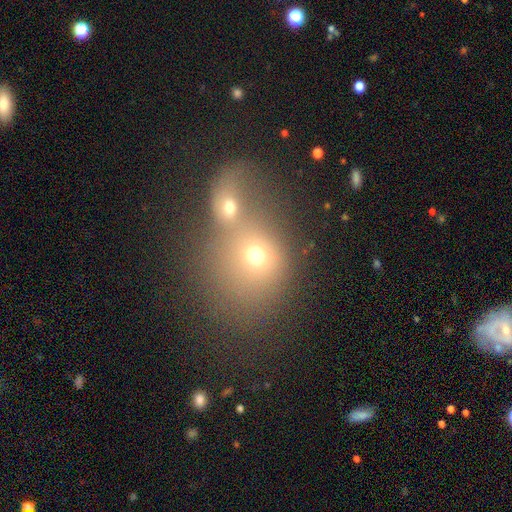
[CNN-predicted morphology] A smooth galaxy with no disk features (65%) that is round (69%).

Vote fractions:
- Smooth or featured? smooth: 65% / featured or disk: 19% / star or artifact: 16%
- How rounded? round: 69% / in between: 30% / cigar-shaped: 1%
- Merging? merger: 72% / none: 17% / major disturbance: 6% / minor disturbance: 5%